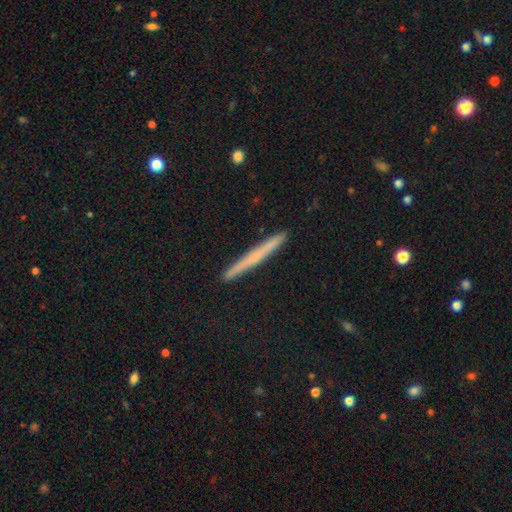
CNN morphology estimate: smooth-or-featured: featured or disk: 46% | smooth: 45% | star or artifact: 8%
  merging: none: 91% | minor disturbance: 6% | major disturbance: 1% | merger: 1%